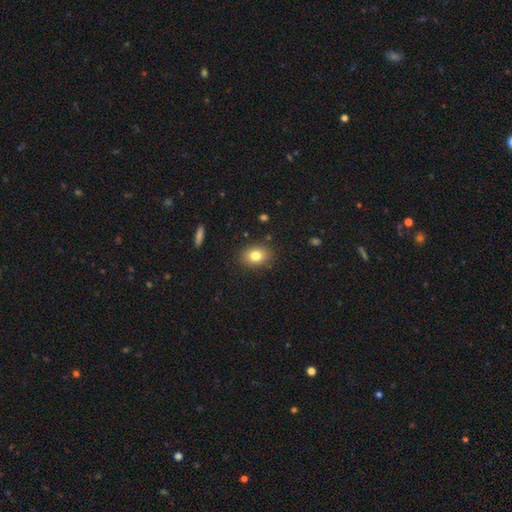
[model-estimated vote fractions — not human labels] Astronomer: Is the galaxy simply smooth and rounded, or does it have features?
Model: smooth — 80%.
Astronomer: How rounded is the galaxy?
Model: in between — 63%.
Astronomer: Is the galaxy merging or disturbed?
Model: none — 86%.